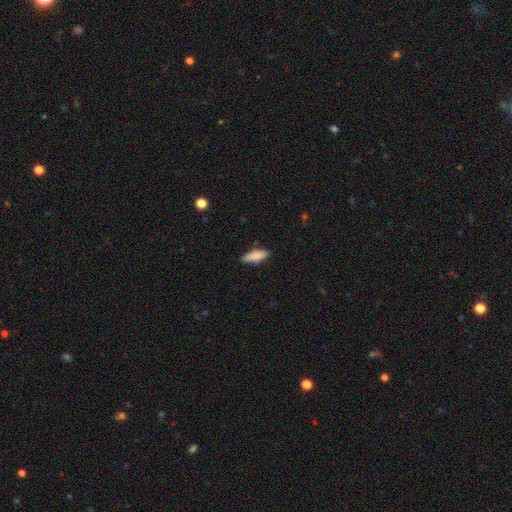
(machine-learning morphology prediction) A smooth galaxy with no disk features (84%) that is in between round and cigar-shaped (58%). Merging: none (85%).